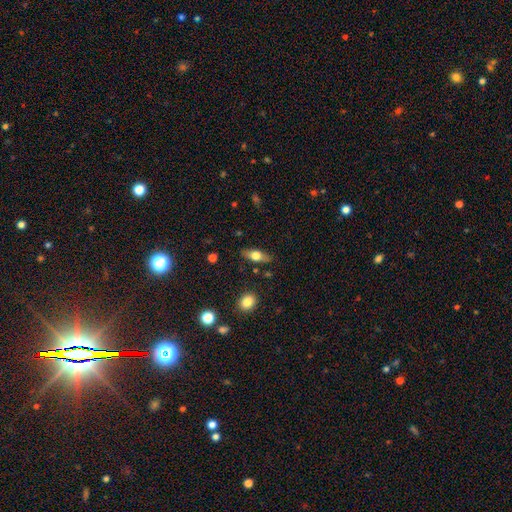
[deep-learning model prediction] Q: Smooth or featured?
A: smooth (60%); runner-up: featured or disk (34%)
Q: How rounded?
A: in between (70%); runner-up: cigar-shaped (25%)
Q: Merging?
A: none (83%); runner-up: minor disturbance (12%)